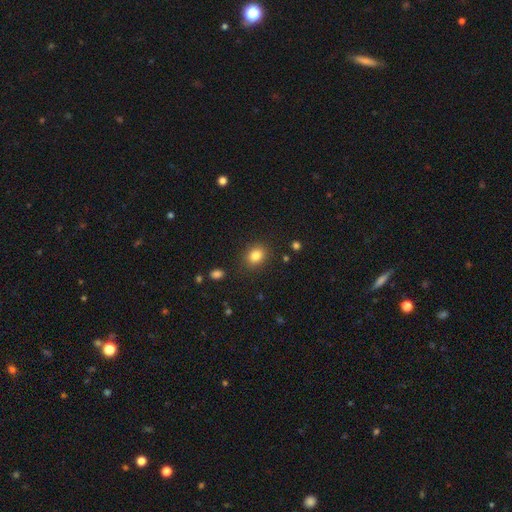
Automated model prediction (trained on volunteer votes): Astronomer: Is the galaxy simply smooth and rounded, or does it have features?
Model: smooth — 83%.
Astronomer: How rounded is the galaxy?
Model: round — 50% (runner-up: in between, 49%).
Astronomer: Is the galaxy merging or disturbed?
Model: none — 86%.